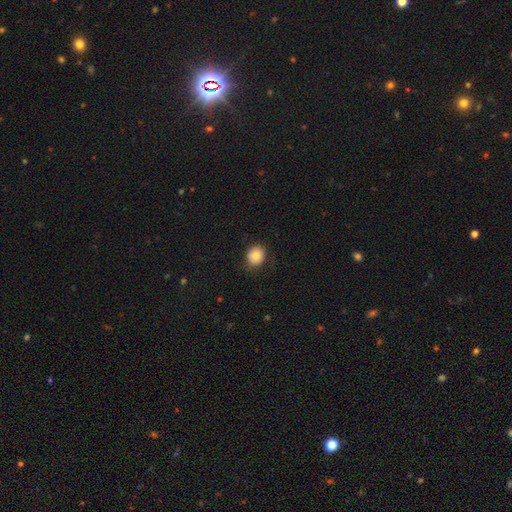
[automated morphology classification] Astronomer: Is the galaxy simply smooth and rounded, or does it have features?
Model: smooth — 82%.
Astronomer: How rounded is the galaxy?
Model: round — 75%.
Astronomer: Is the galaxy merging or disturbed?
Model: none — 78%.